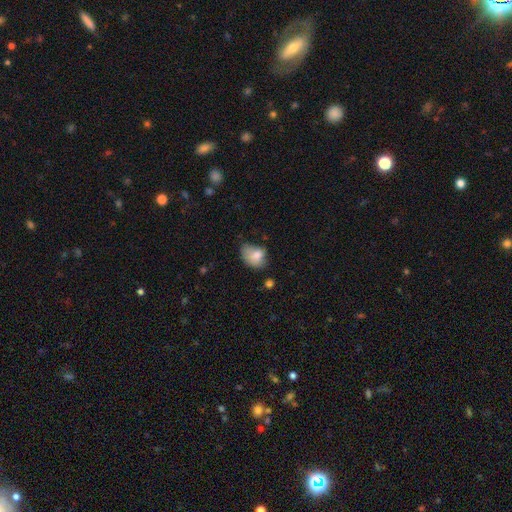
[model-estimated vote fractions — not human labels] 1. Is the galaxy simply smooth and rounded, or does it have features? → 77% smooth, 14% featured or disk, 9% star or artifact.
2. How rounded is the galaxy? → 69% in between, 30% round, 1% cigar-shaped.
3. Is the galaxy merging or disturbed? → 41% minor disturbance, 32% none, 22% major disturbance, 5% merger.